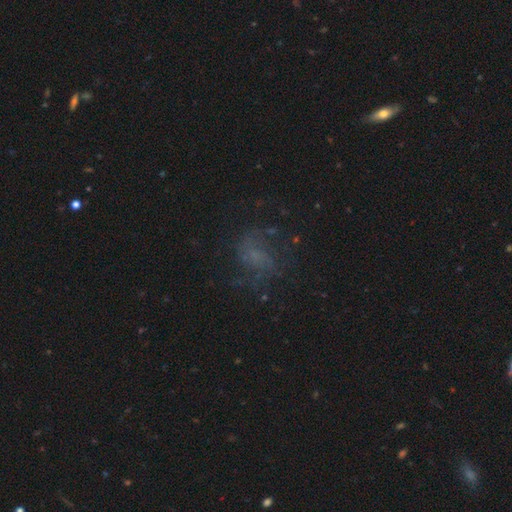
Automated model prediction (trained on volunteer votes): The model was most divided on "bulge size": none: 52%, small: 29%, moderate: 14%, large: 4%, dominant: 1%. More confident: edge-on disk — no (97%); spiral arms — yes (74%); bar — no (64%); merging — none (60%); smooth or featured — featured or disk (53%).